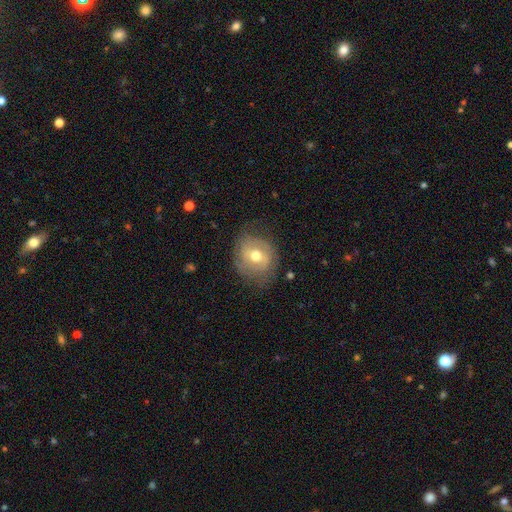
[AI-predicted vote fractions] Smooth or featured: featured or disk — 47% (smooth — 45%)
Merging: none — 66% (minor disturbance — 22%)